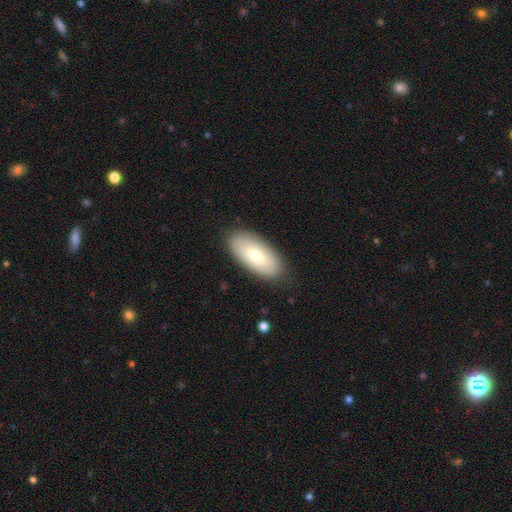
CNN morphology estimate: type=smooth (73%); roundness=in between (91%); merging=none (86%).